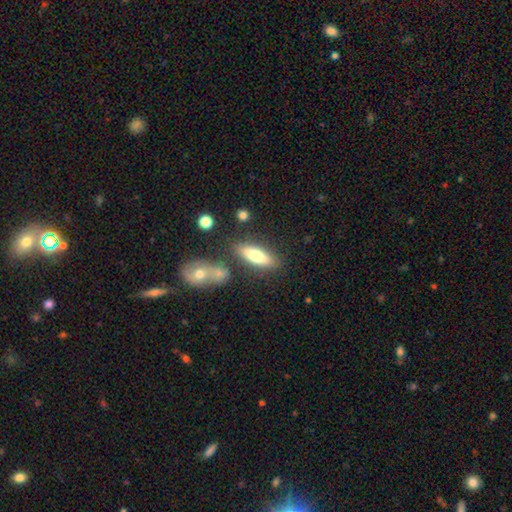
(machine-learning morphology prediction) Smooth or featured?
  - smooth: 68% *
  - featured or disk: 26%
  - star or artifact: 7%
How rounded?
  - in between: 50% *
  - cigar-shaped: 47%
  - round: 2%
Merging?
  - none: 74% *
  - minor disturbance: 12%
  - merger: 10%
  - major disturbance: 4%